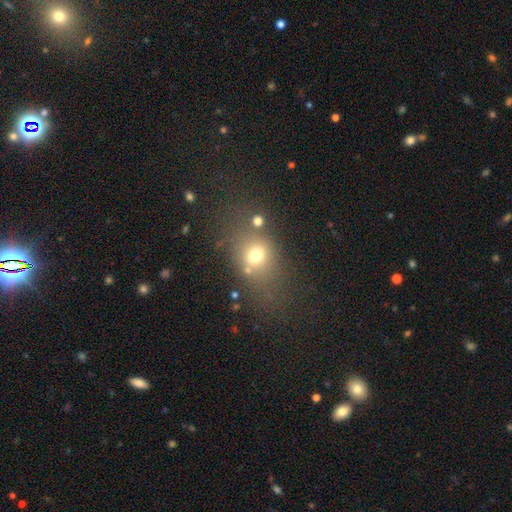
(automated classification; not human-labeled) Smooth or featured? smooth (66%)
How rounded? in between (57%)
Merging? none (58%)